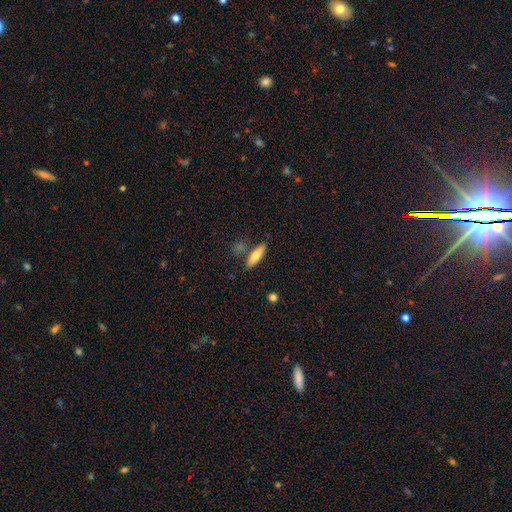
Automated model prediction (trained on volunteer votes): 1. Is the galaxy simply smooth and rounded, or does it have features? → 68% smooth, 26% featured or disk, 6% star or artifact.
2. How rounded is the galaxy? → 58% cigar-shaped, 40% in between, 2% round.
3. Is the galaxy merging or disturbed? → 74% none, 14% minor disturbance, 9% merger, 3% major disturbance.